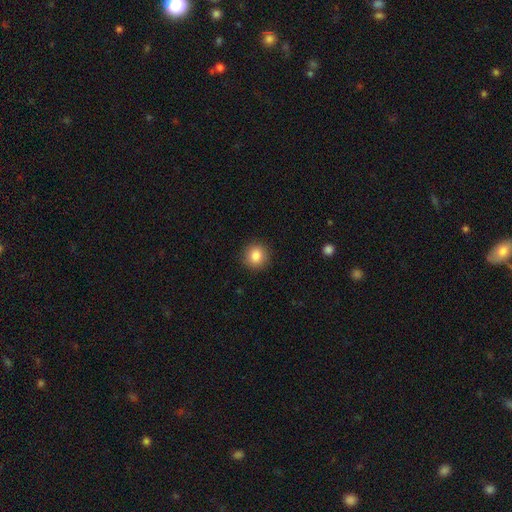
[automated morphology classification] This appears to be a smooth galaxy with no disk features (85%) that is round (92%). Merging: none (91%).